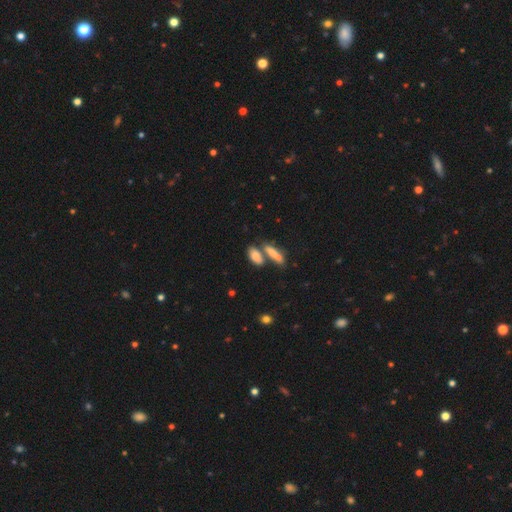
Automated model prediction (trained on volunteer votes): A smooth galaxy with no disk features (76%) that is in between round and cigar-shaped (74%). Merging: none (46%).